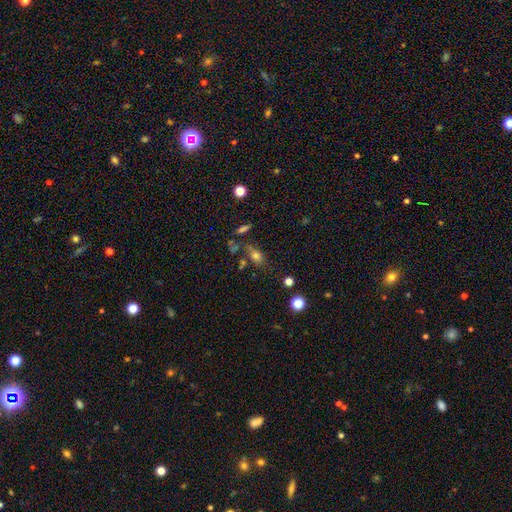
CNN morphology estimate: Q: Smooth or featured?
A: smooth (70%); runner-up: featured or disk (16%)
Q: How rounded?
A: in between (74%); runner-up: round (15%)
Q: Merging?
A: none (58%); runner-up: minor disturbance (18%)